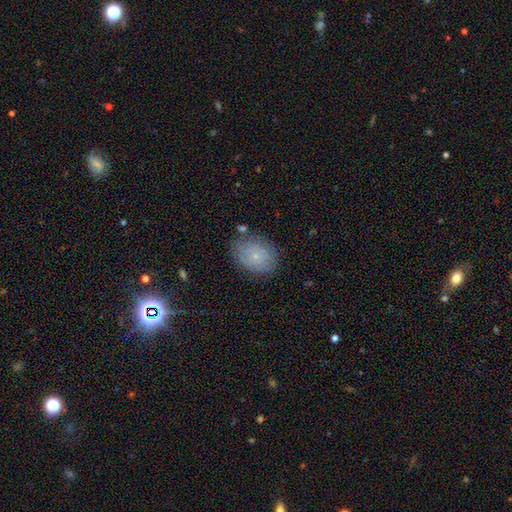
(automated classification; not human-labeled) The model was most divided on "how rounded": in between: 68%, round: 31%, cigar-shaped: 1%. More confident: merging — none (73%); smooth or featured — smooth (67%).